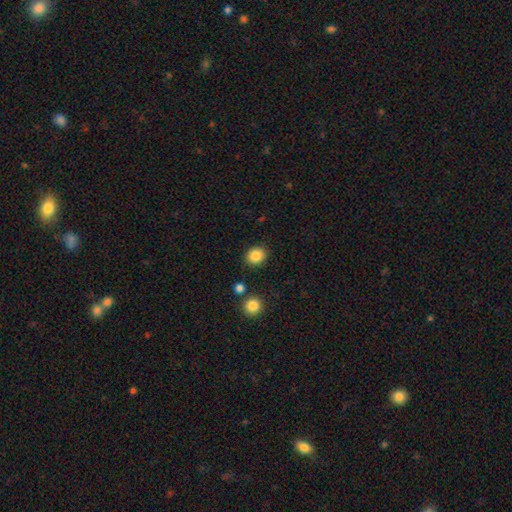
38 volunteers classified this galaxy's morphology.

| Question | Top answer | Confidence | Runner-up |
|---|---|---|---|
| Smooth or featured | smooth | 95% | star or artifact (5%) |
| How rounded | round | 81% | in between (17%) |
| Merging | none | 94% | minor disturbance (3%) |